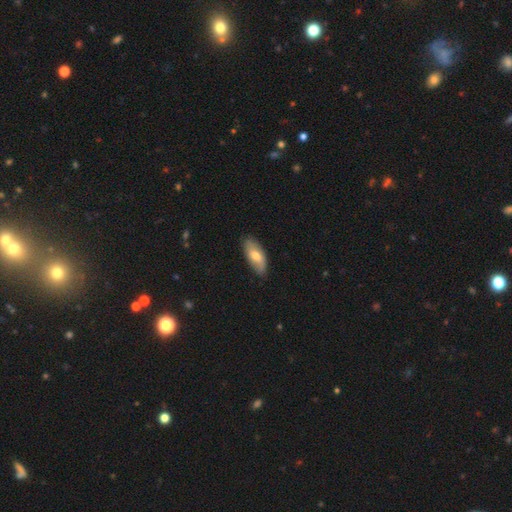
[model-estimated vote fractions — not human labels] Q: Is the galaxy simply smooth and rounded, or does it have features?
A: smooth — 66%.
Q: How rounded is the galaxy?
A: in between — 87%.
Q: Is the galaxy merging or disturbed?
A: none — 83%.